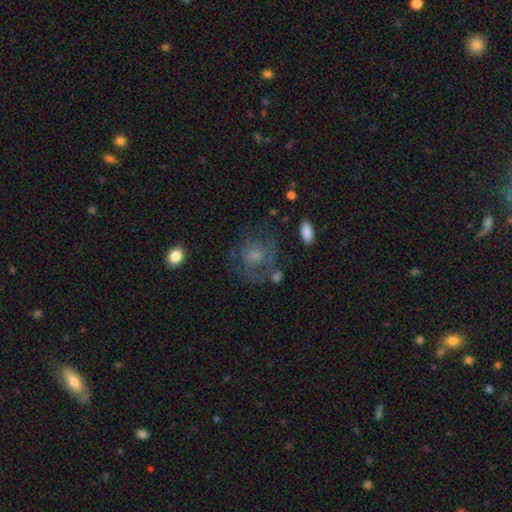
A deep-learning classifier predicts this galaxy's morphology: smooth_or_featured: featured or disk (p=0.48) [alt: smooth p=0.39]
merging: none (p=0.51) [alt: major disturbance p=0.23]